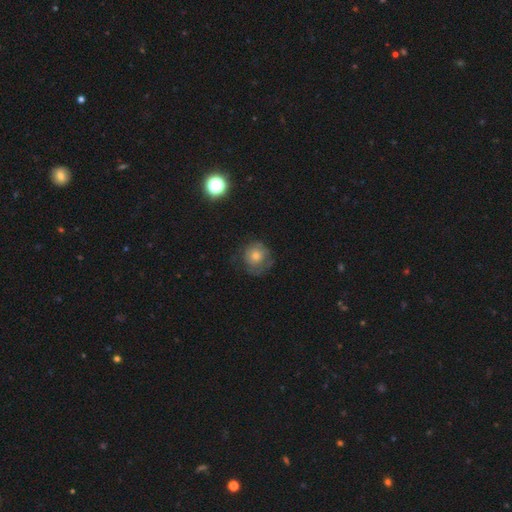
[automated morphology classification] Smooth or featured? Predicted: smooth (p=0.58). How rounded? Predicted: round (p=0.89). Merging? Predicted: none (p=0.68).